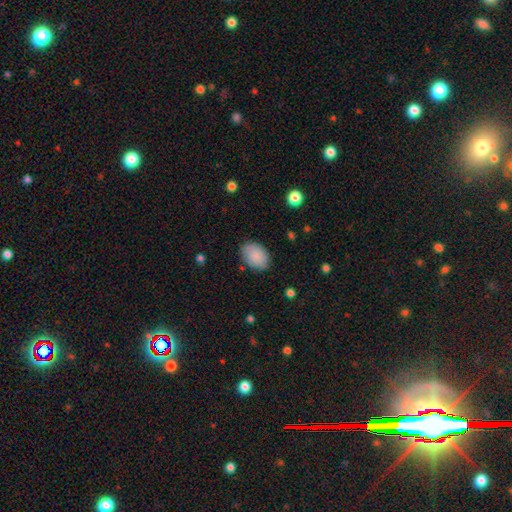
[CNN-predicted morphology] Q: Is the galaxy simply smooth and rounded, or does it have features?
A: smooth — 87%.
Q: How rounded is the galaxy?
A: in between — 81%.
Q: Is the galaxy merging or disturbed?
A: none — 81%.